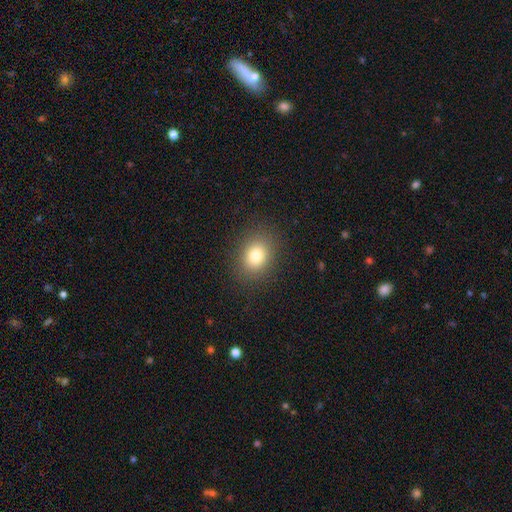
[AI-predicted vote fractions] A smooth galaxy with no disk features (79%) that is round (56%).

Vote fractions:
- Smooth or featured? smooth: 79% / star or artifact: 12% / featured or disk: 9%
- How rounded? round: 56% / in between: 43% / cigar-shaped: 1%
- Merging? none: 88% / minor disturbance: 8% / major disturbance: 3% / merger: 1%